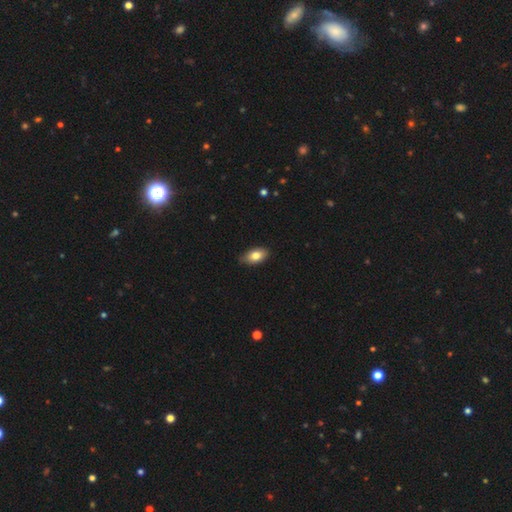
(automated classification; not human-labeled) A smooth galaxy with no disk features (80%) that is in between round and cigar-shaped (92%).

Vote fractions:
- Smooth or featured? smooth: 80% / featured or disk: 13% / star or artifact: 7%
- How rounded? in between: 92% / round: 5% / cigar-shaped: 3%
- Merging? none: 83% / minor disturbance: 14% / major disturbance: 2% / merger: 1%